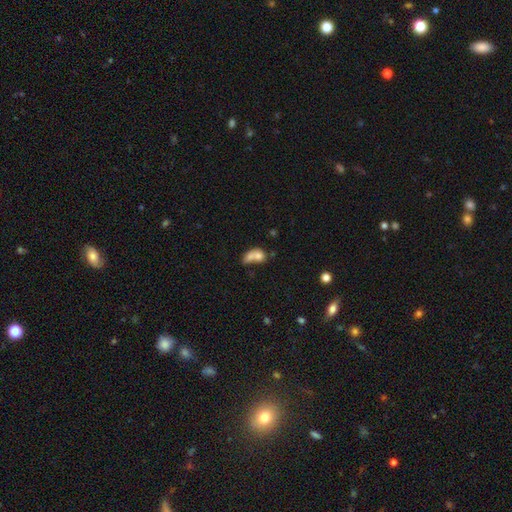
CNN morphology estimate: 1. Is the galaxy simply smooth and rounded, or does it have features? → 70% smooth, 21% featured or disk, 10% star or artifact.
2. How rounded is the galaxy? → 60% in between, 37% round, 3% cigar-shaped.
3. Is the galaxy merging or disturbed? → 66% merger, 17% none, 9% major disturbance, 8% minor disturbance.